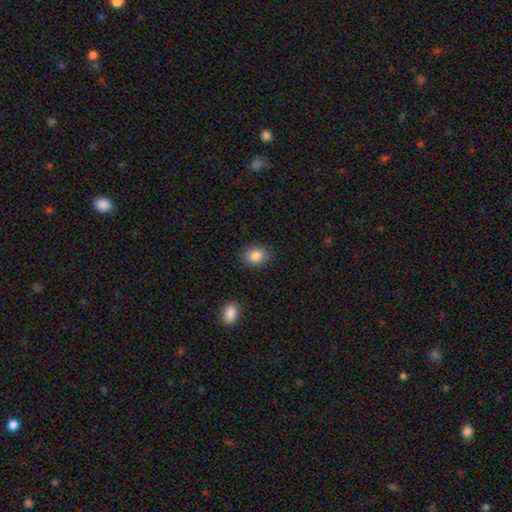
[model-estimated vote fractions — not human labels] Morphology: type=smooth (85%); roundness=round (57%); merging=none (88%).